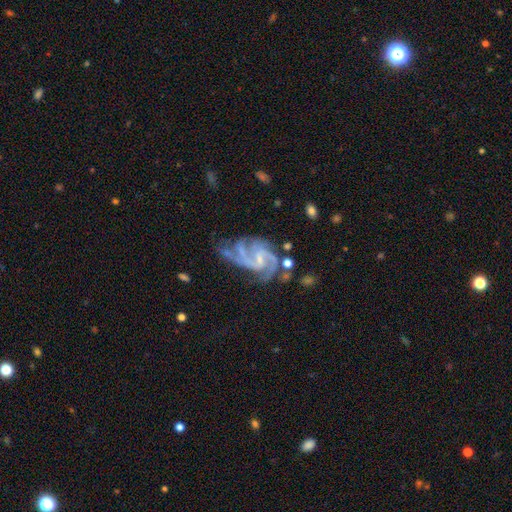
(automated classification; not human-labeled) smooth-or-featured: featured or disk: 82% | star or artifact: 11% | smooth: 7%
  disk-edge-on: no: 97% | yes: 3%
    bar: weak: 45% | no: 37% | strong: 19%
    has-spiral-arms: yes: 96% | no: 4%
      spiral-winding: medium: 48% | tight: 34% | loose: 18%
      spiral-arm-count: 2: 34% | 3: 31% | can't tell: 14% | 4: 8% | 1: 6% | more than 4: 6%
    bulge-size: small: 66% | moderate: 18% | none: 13% | large: 1% | dominant: 1%
  merging: none: 52% | minor disturbance: 21% | major disturbance: 19% | merger: 7%